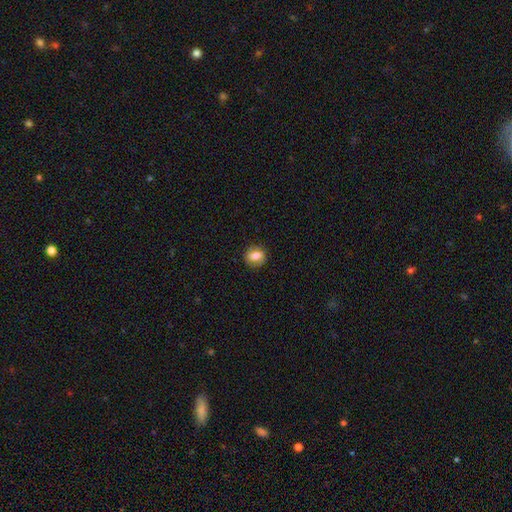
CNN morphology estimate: The model was most divided on "how rounded": round: 61%, in between: 37%, cigar-shaped: 2%. More confident: merging — none (82%); smooth or featured — smooth (59%).